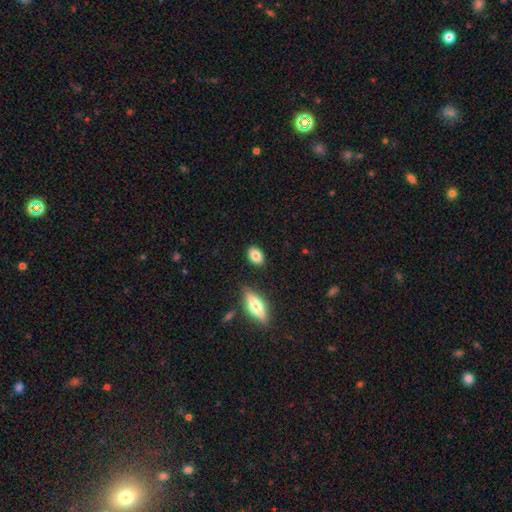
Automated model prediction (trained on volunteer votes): smooth 82%, featured or disk 10%, star or artifact 8%. Down the decision tree: how rounded — in between (77%); merging — none (87%).